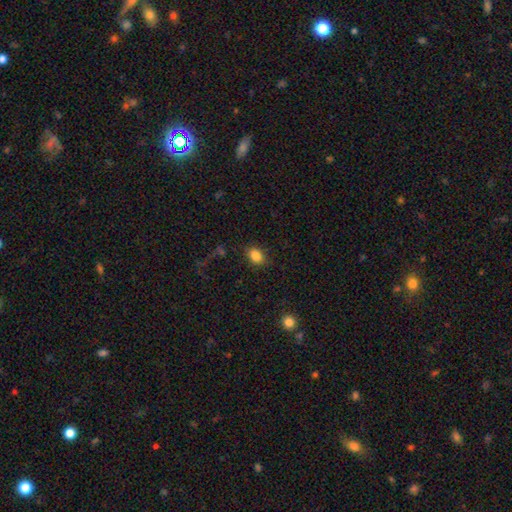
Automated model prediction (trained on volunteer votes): Overall: smooth (85%). How rounded: in between (69%; round 30%). Merging: none (83%).